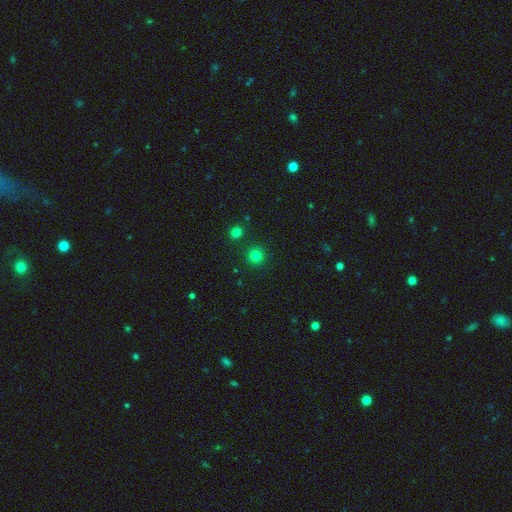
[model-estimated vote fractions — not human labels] Morphology: type=smooth (80%); roundness=round (95%); merging=none (90%).